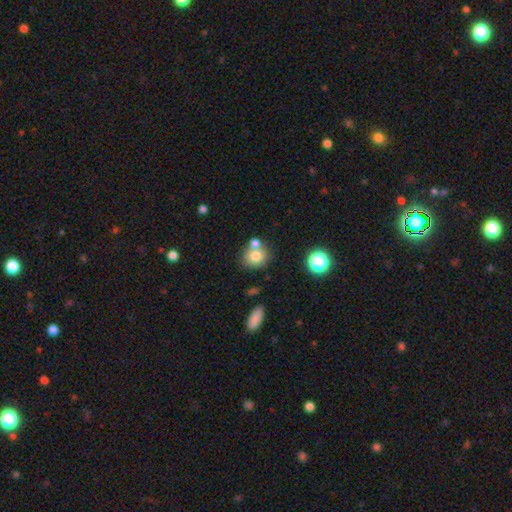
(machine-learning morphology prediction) A smooth galaxy with no disk features (74%) that is round (75%).

Vote fractions:
- Smooth or featured? smooth: 74% / featured or disk: 14% / star or artifact: 12%
- How rounded? round: 75% / in between: 24% / cigar-shaped: 1%
- Merging? none: 55% / merger: 31% / minor disturbance: 11% / major disturbance: 4%